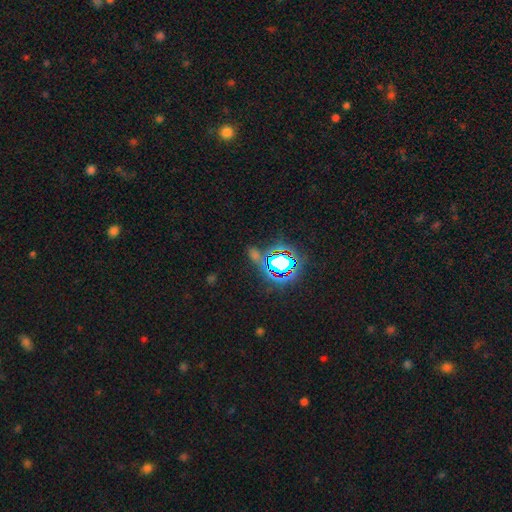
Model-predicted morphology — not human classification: smooth-or-featured: star or artifact: 66% | smooth: 24% | featured or disk: 10%